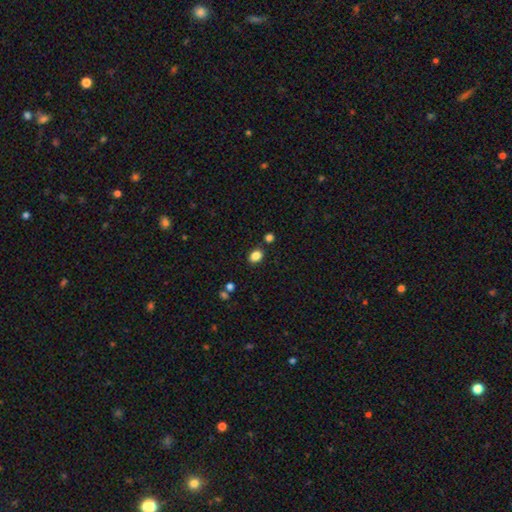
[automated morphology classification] smooth_or_featured: smooth (p=0.85) [alt: star or artifact p=0.11]
how_rounded: in between (p=0.66) [alt: round p=0.33]
merging: none (p=0.82) [alt: minor disturbance p=0.10]